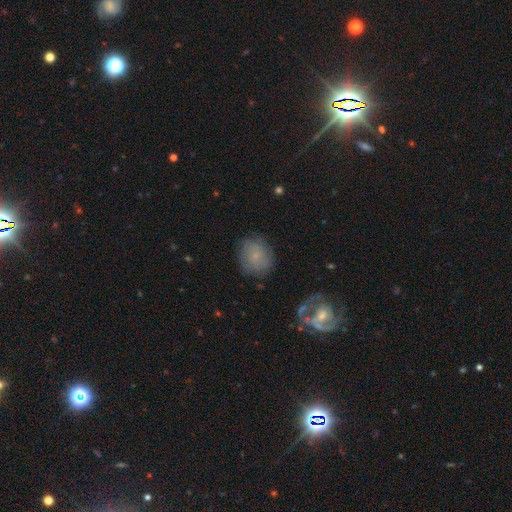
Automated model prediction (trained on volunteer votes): Overall: smooth (65%). How rounded: round (67%; in between 31%). Merging: none (75%).